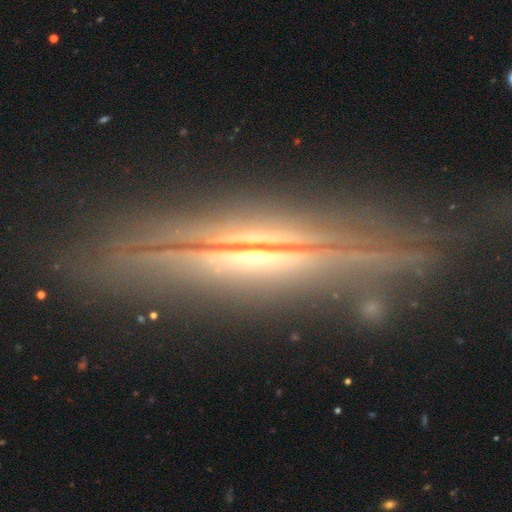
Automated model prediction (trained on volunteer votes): Smooth or featured?
  - featured or disk: 70% *
  - star or artifact: 19%
  - smooth: 11%
Edge-on disk?
  - yes: 89% *
  - no: 11%
Edge-on bulge?
  - rounded: 72% *
  - none: 17%
  - boxy: 11%
Merging?
  - none: 84% *
  - minor disturbance: 10%
  - major disturbance: 4%
  - merger: 2%